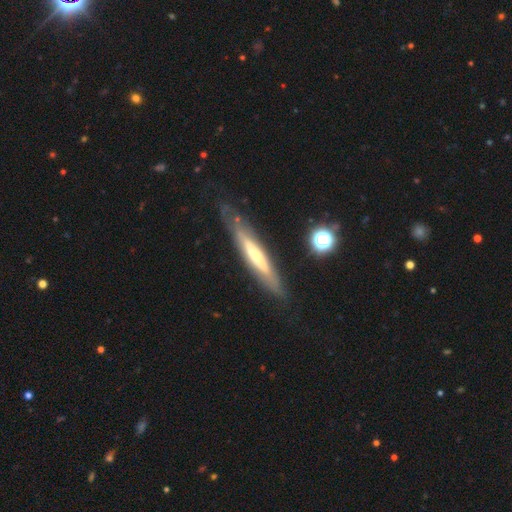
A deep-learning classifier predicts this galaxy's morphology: smooth-or-featured: featured or disk: 63% | smooth: 30% | star or artifact: 7%
  disk-edge-on: yes: 75% | no: 25%
  merging: none: 75% | minor disturbance: 17% | major disturbance: 6% | merger: 2%